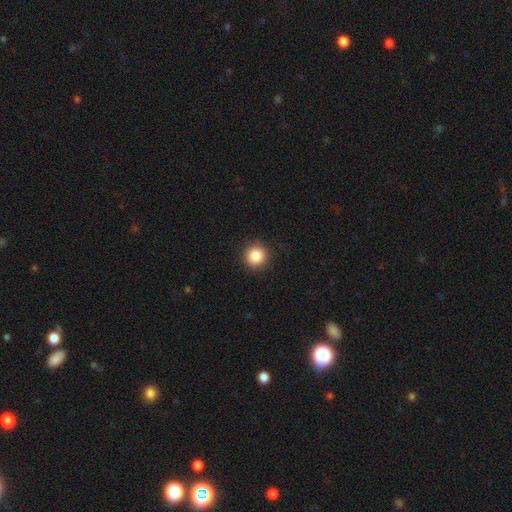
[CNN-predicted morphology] smooth-or-featured: smooth: 85% | star or artifact: 10% | featured or disk: 5%
  how-rounded: round: 93% | in between: 6% | cigar-shaped: 1%
  merging: none: 91% | minor disturbance: 6% | major disturbance: 2% | merger: 1%